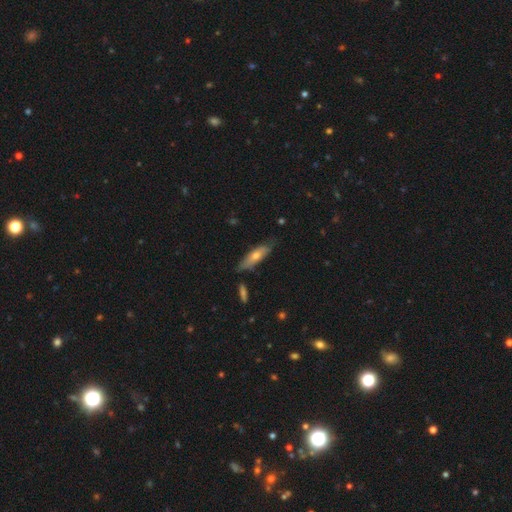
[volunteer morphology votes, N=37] Smooth or featured? 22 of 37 (59%) said smooth. How rounded? 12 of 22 (55%) said in between. Merging? 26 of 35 (74%) said none.